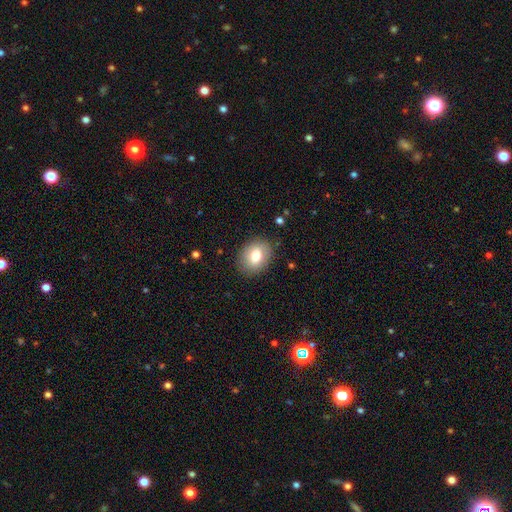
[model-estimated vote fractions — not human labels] Smooth or featured: smooth — 77% (featured or disk — 14%)
How rounded: in between — 57% (round — 42%)
Merging: none — 86% (minor disturbance — 10%)